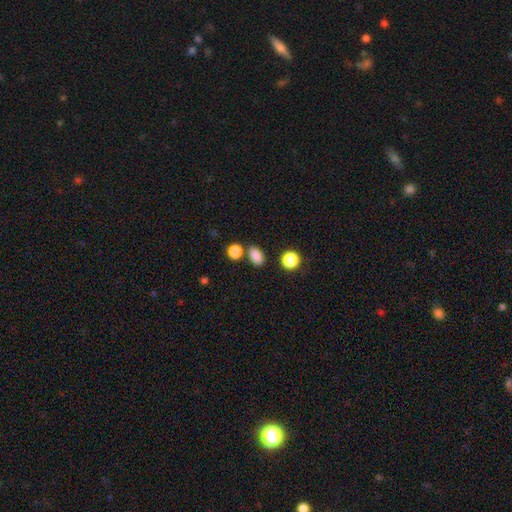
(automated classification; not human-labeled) This appears to be a smooth galaxy with no disk features (85%) that is in between round and cigar-shaped (80%). Merging: none (75%).